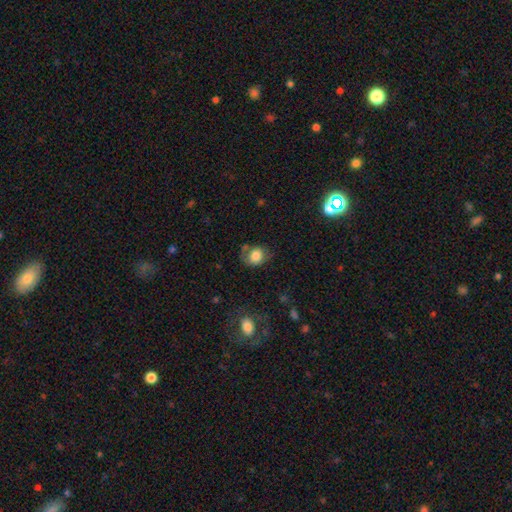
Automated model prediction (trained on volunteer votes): A smooth galaxy with no disk features (77%) that is round (55%). Merging: none (52%).